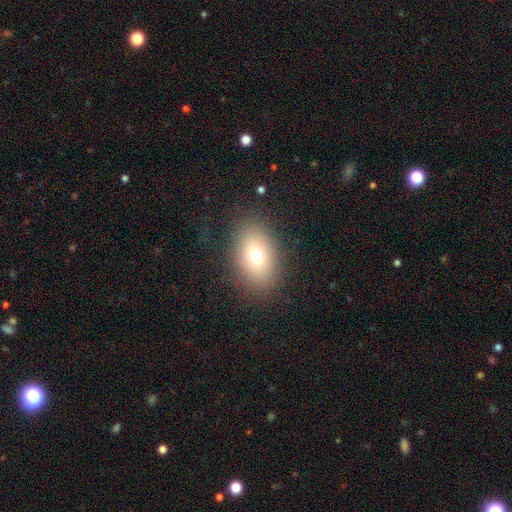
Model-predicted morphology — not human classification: smooth-or-featured: smooth: 70% | star or artifact: 15% | featured or disk: 15%
  how-rounded: in between: 75% | round: 24% | cigar-shaped: 1%
  merging: none: 83% | minor disturbance: 10% | major disturbance: 6% | merger: 1%